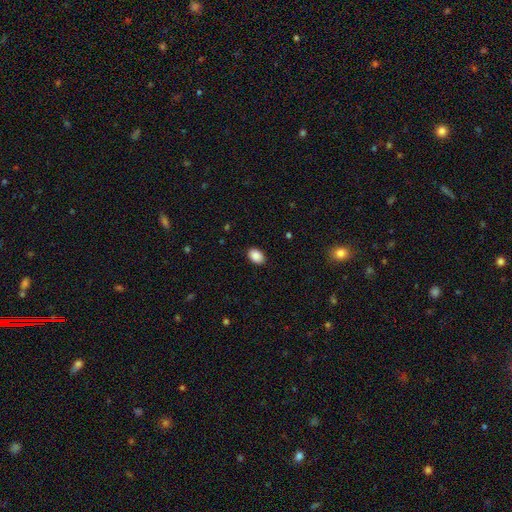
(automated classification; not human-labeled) Smooth or featured?
  - smooth: 89% *
  - star or artifact: 8%
  - featured or disk: 3%
How rounded?
  - in between: 84% *
  - round: 15%
  - cigar-shaped: 1%
Merging?
  - none: 89% *
  - minor disturbance: 8%
  - major disturbance: 2%
  - merger: 1%